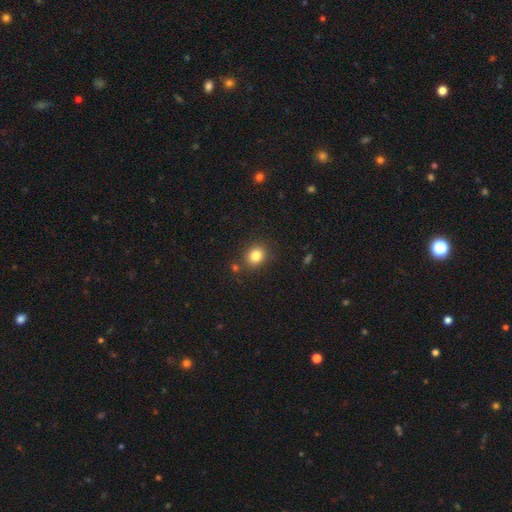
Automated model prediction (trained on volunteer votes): This appears to be a smooth galaxy with no disk features (83%) that is round (68%). Merging: none (82%).